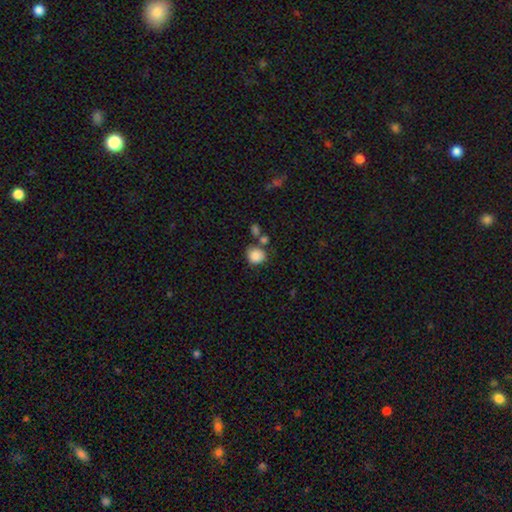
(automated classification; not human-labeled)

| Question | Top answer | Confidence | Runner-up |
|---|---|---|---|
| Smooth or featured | smooth | 87% | star or artifact (9%) |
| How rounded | round | 82% | in between (17%) |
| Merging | none | 66% | merger (16%) |